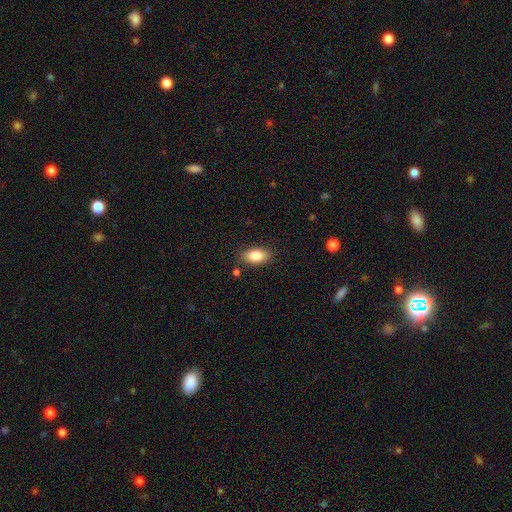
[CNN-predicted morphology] smooth 84%, featured or disk 9%, star or artifact 7%. Down the decision tree: how rounded — in between (90%); merging — none (84%).